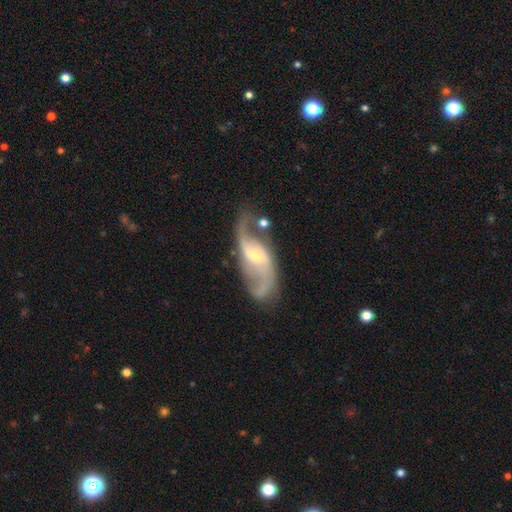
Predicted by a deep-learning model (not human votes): The model was most divided on "bar": weak: 44%, no: 38%, strong: 19%. More confident: spiral arms — yes (96%); edge-on disk — no (96%); spiral arm count — 2 (91%); smooth or featured — featured or disk (88%); merging — none (66%); bulge size — small (65%); spiral winding — loose (62%).